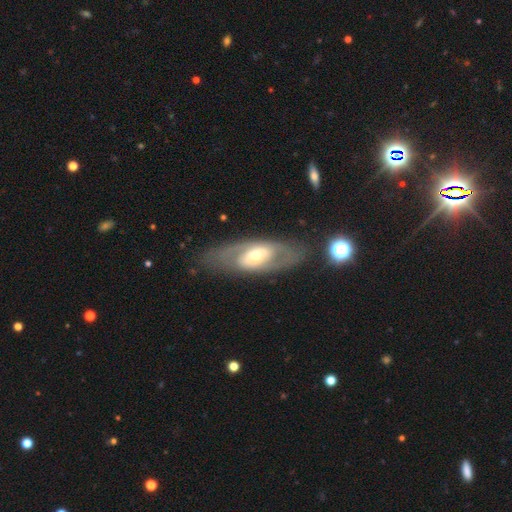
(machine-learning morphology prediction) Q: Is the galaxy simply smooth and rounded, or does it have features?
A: featured or disk — 69%.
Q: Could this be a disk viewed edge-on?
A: no — 87%.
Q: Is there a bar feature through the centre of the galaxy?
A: no — 53%.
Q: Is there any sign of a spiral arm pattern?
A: yes — 50%, tied with no.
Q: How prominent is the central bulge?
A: moderate — 57%.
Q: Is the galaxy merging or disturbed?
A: none — 77%.